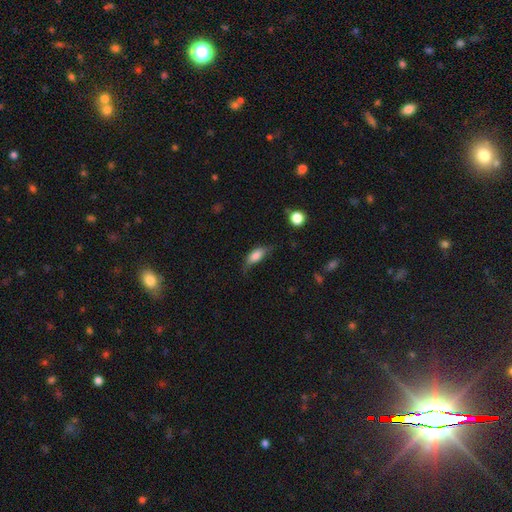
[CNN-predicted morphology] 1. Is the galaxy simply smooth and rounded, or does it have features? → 77% smooth, 15% featured or disk, 8% star or artifact.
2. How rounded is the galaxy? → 83% in between, 14% cigar-shaped, 4% round.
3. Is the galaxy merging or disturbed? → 49% none, 35% minor disturbance, 14% major disturbance, 2% merger.